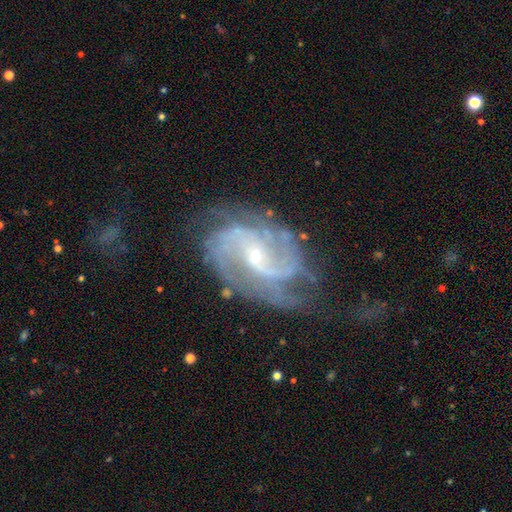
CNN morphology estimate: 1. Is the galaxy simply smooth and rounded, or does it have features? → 89% featured or disk, 6% star or artifact, 5% smooth.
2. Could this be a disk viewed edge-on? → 97% no, 3% yes.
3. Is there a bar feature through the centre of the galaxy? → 44% weak, 41% no, 14% strong.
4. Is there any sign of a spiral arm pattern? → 97% yes, 3% no.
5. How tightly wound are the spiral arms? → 49% medium, 33% tight, 17% loose.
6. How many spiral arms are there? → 59% 2, 14% can't tell, 13% 3, 6% 4, 4% 1, 4% more than 4.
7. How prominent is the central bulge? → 74% small, 23% moderate, 2% none, 1% large, 1% dominant.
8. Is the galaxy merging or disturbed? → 60% none, 24% minor disturbance, 14% major disturbance, 2% merger.